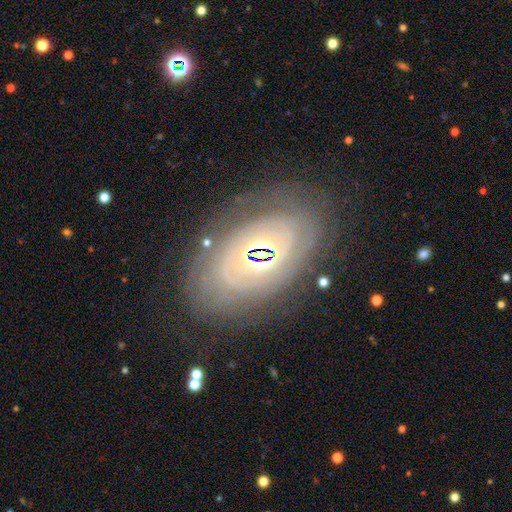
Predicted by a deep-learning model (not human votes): The model was most divided on "spiral arm count": can't tell: 42%, 2: 33%, 3: 8%, 4: 6%, more than 4: 6%, 1: 6%. Remaining: edge-on disk — no (94%); spiral arms — yes (82%); merging — none (80%); smooth or featured — featured or disk (76%); spiral winding — tight (75%); bar — no (53%); bulge size — small (50%).